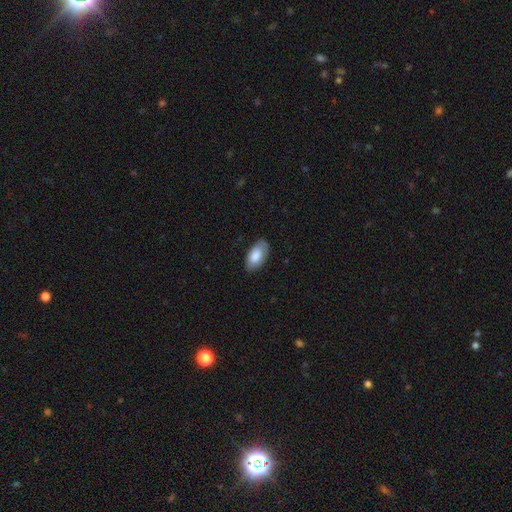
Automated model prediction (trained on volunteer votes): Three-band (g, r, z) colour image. It shows a smooth galaxy with no disk features (81%) that is in between round and cigar-shaped (95%). Merging: none (81%).